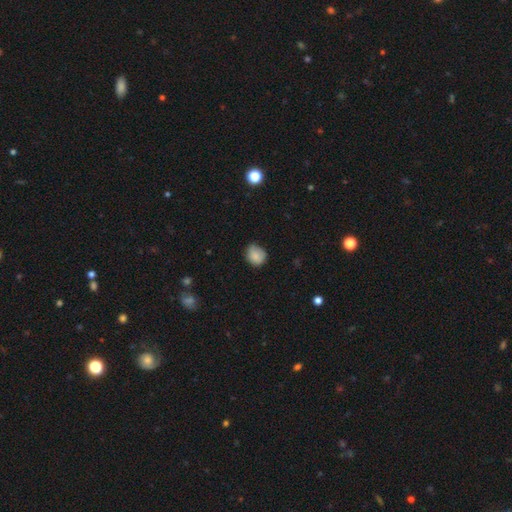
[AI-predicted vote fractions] A smooth galaxy with no disk features (83%) that is round (69%).

Vote fractions:
- Smooth or featured? smooth: 83% / star or artifact: 9% / featured or disk: 8%
- How rounded? round: 69% / in between: 30% / cigar-shaped: 1%
- Merging? none: 59% / minor disturbance: 33% / major disturbance: 6% / merger: 2%